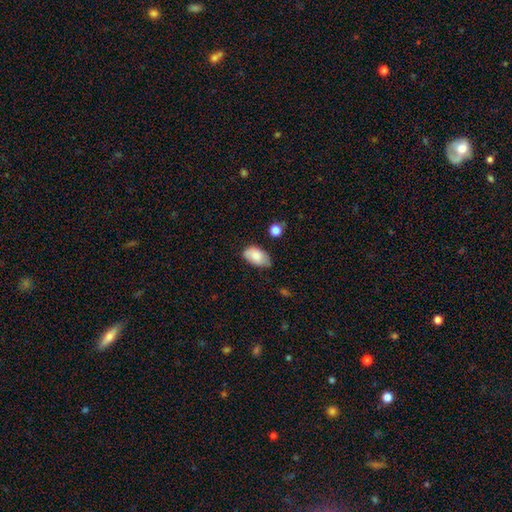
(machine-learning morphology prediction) The model was most divided on "merging": none: 61%, minor disturbance: 31%, major disturbance: 5%, merger: 2%. More confident: how rounded — in between (93%); smooth or featured — smooth (80%).